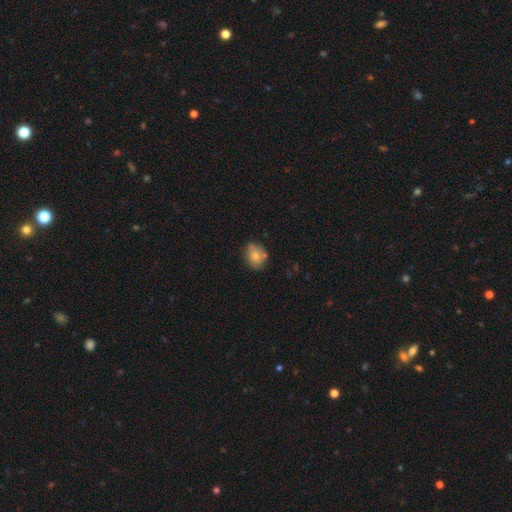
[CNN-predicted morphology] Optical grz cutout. It shows a smooth galaxy with no disk features (70%) that is in between round and cigar-shaped (53%). Merging: none (63%).